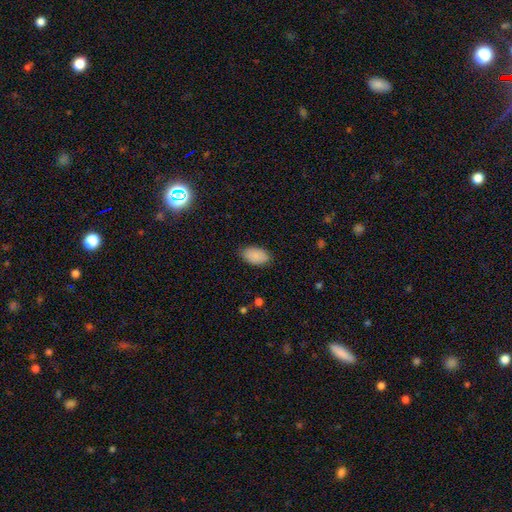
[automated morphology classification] Overall: smooth (88%). How rounded: in between (94%). Merging: none (83%).